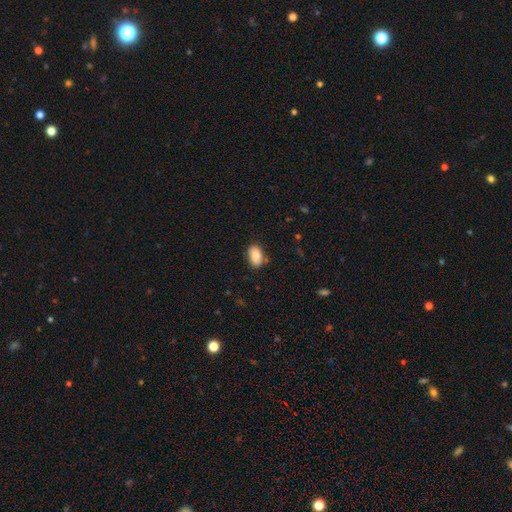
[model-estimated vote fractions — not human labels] A smooth galaxy with no disk features (87%) that is in between round and cigar-shaped (91%). Merging: none (80%).